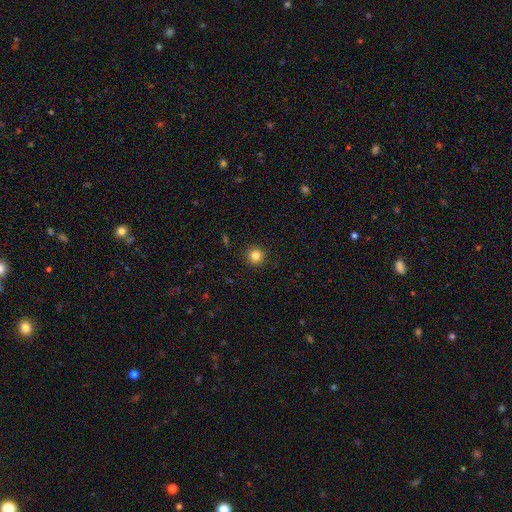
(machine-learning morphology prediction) Smooth or featured? smooth (83%)
How rounded? round (95%)
Merging? none (92%)